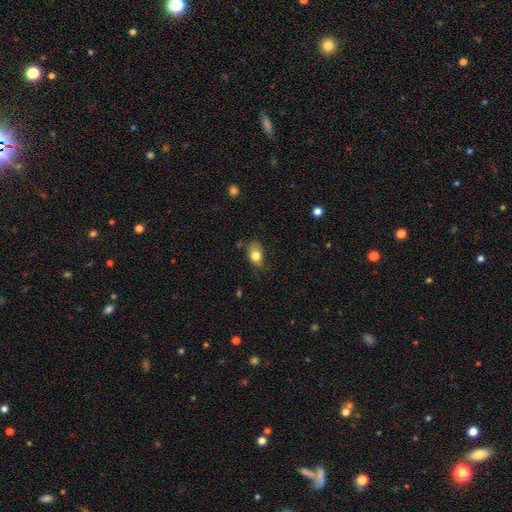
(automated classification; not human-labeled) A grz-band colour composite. It shows a smooth galaxy with no disk features (79%) that is in between round and cigar-shaped (82%). Merging: none (50%).